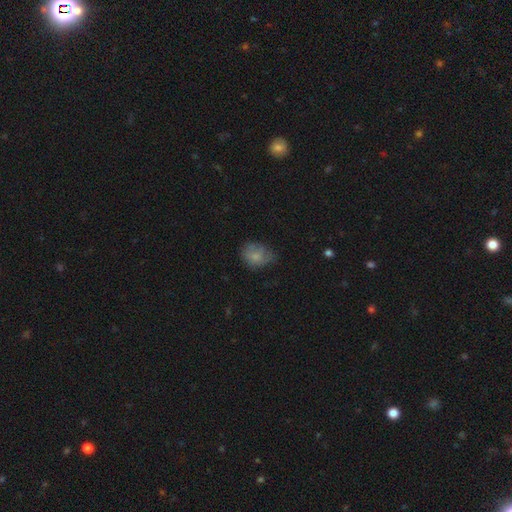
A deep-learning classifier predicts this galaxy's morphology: Smooth or featured? Predicted: smooth (p=0.70). How rounded? Predicted: in between (p=0.53). Merging? Predicted: none (p=0.49).